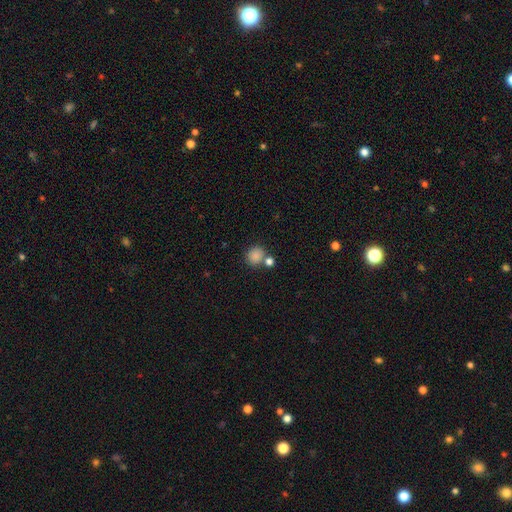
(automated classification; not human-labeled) Smooth or featured: smooth — 85% (star or artifact — 10%)
How rounded: round — 82% (in between — 17%)
Merging: none — 66% (merger — 20%)